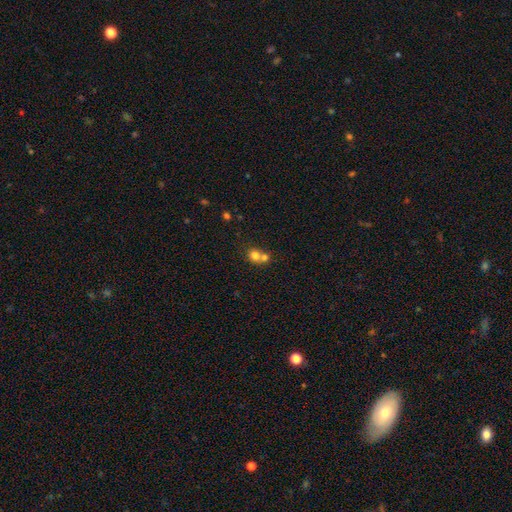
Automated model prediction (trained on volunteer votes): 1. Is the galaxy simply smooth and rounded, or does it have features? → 76% smooth, 13% featured or disk, 12% star or artifact.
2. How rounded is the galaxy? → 78% round, 21% in between, 1% cigar-shaped.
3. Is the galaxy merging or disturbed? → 57% merger, 35% none, 5% minor disturbance, 2% major disturbance.